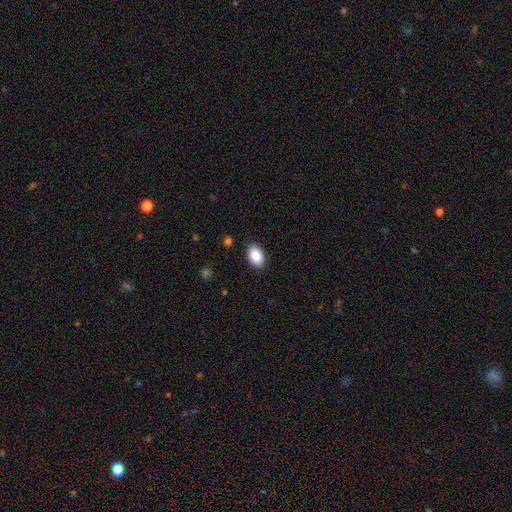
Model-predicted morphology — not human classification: This appears to be a smooth galaxy with no disk features (89%) that is in between round and cigar-shaped (90%). Merging: none (89%).